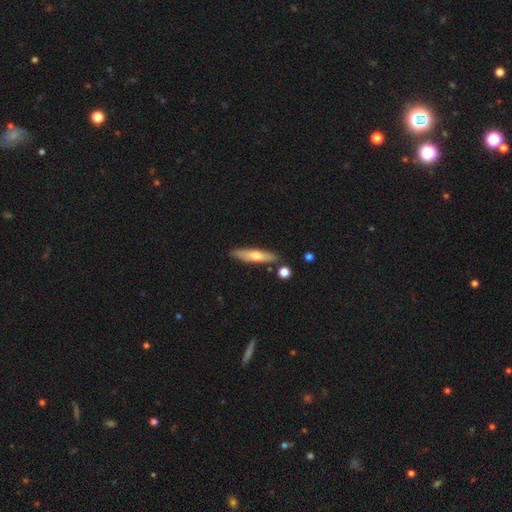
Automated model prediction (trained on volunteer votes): Smooth or featured?
  - smooth: 56% *
  - featured or disk: 38%
  - star or artifact: 6%
How rounded?
  - cigar-shaped: 81% *
  - in between: 17%
  - round: 2%
Merging?
  - none: 82% *
  - minor disturbance: 11%
  - merger: 5%
  - major disturbance: 2%